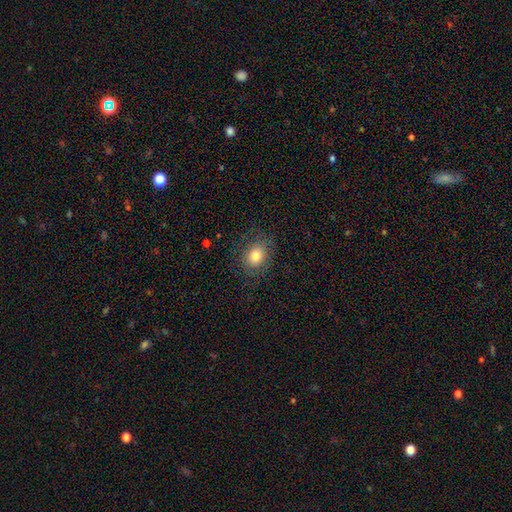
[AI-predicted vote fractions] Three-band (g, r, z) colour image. It shows a smooth galaxy with no disk features (79%) that is in between round and cigar-shaped (51%). Merging: none (80%).